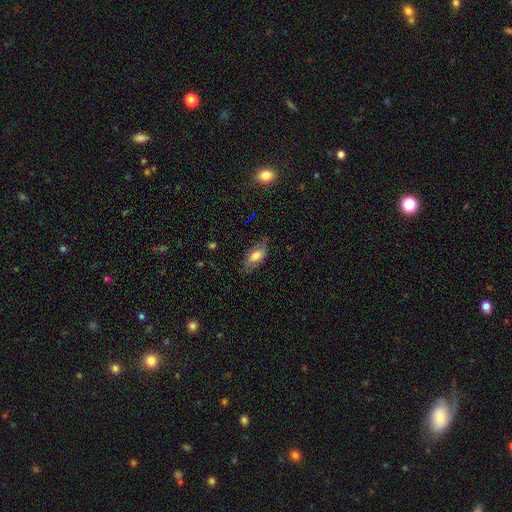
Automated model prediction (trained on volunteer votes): Morphology: type=smooth (65%); roundness=in between (85%); merging=none (69%).